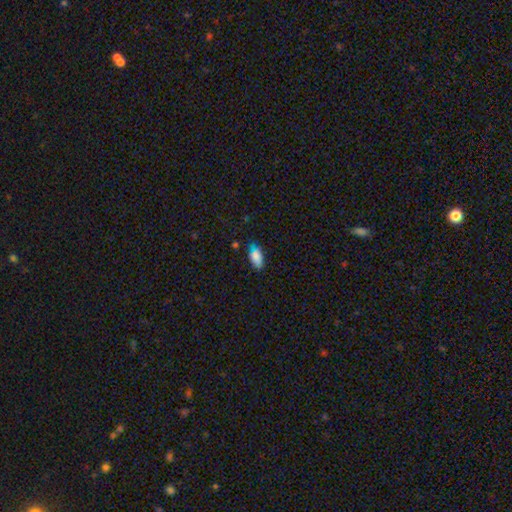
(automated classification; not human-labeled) Smooth or featured: smooth — 83% (star or artifact — 10%)
How rounded: in between — 88% (cigar-shaped — 8%)
Merging: none — 69% (minor disturbance — 23%)